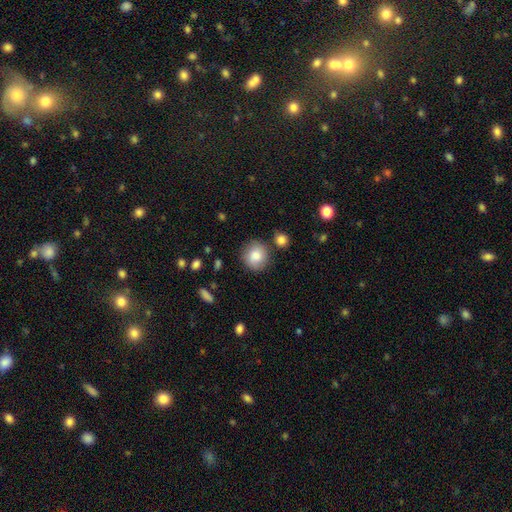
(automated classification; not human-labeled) smooth_or_featured: smooth (p=0.84) [alt: featured or disk p=0.08]
how_rounded: round (p=0.88) [alt: in between p=0.11]
merging: none (p=0.83) [alt: minor disturbance p=0.10]